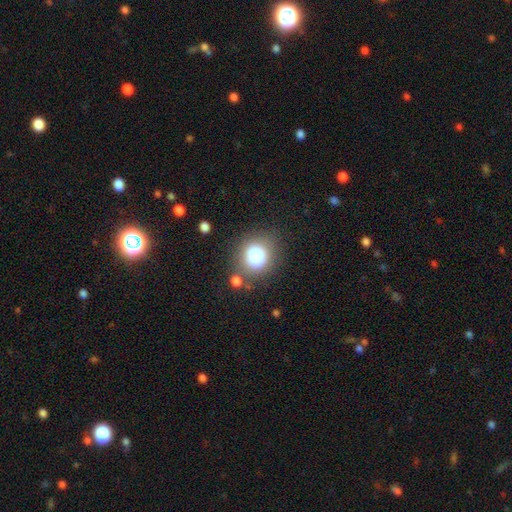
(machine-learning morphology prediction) type=smooth (83%); roundness=round (77%); merging=none (70%).